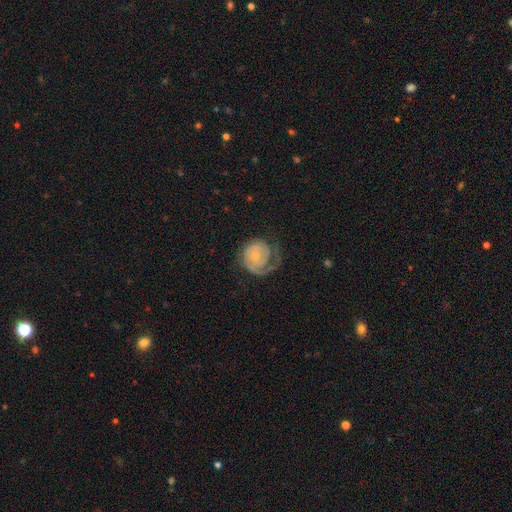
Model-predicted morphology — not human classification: Smooth or featured?
  - featured or disk: 72% *
  - smooth: 22%
  - star or artifact: 6%
Edge-on disk?
  - no: 98% *
  - yes: 2%
Bar?
  - no: 74% *
  - weak: 22%
  - strong: 4%
Spiral arms?
  - yes: 89% *
  - no: 11%
Spiral winding?
  - tight: 58% *
  - medium: 28%
  - loose: 14%
Spiral arm count?
  - 1: 51% *
  - 2: 25%
  - can't tell: 16%
  - 3: 5%
  - 4: 2%
  - more than 4: 2%
Bulge size?
  - small: 68% *
  - moderate: 24%
  - none: 5%
  - large: 2%
  - dominant: 1%
Merging?
  - none: 53% *
  - major disturbance: 25%
  - minor disturbance: 21%
  - merger: 2%